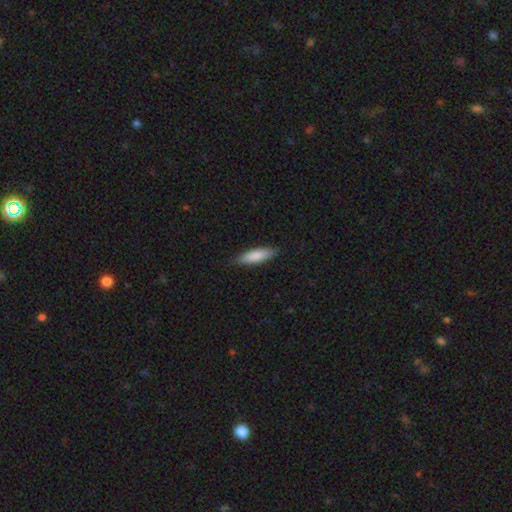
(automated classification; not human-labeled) smooth-or-featured: smooth: 84% | featured or disk: 11% | star or artifact: 5%
  how-rounded: cigar-shaped: 60% | in between: 39% | round: 2%
  merging: none: 85% | minor disturbance: 12% | major disturbance: 2% | merger: 1%